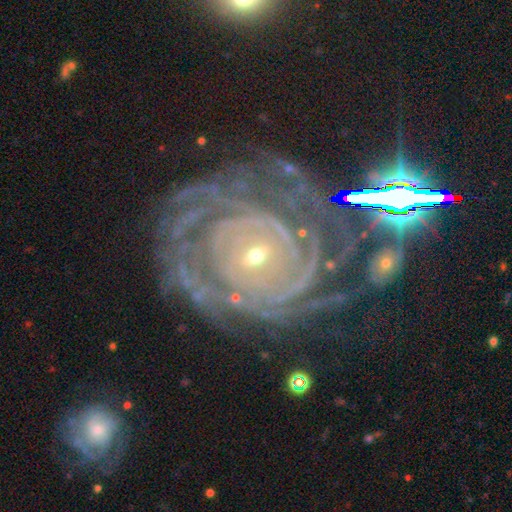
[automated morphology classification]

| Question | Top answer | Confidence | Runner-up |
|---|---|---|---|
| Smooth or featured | featured or disk | 88% | star or artifact (8%) |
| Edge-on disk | no | 97% | yes (3%) |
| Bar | no | 71% | weak (19%) |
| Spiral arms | yes | 97% | no (3%) |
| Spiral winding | tight | 84% | medium (13%) |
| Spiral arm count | can't tell | 27% | 4 (18%) |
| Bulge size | small | 75% | moderate (21%) |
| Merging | none | 67% | minor disturbance (18%) |